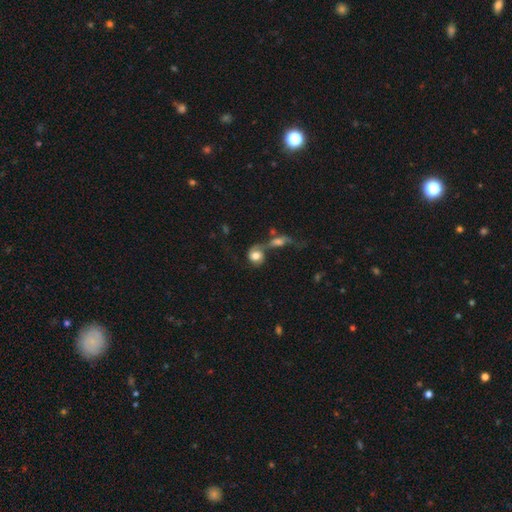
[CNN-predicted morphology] smooth 56%, featured or disk 35%, star or artifact 9%. Down the decision tree: how rounded — round (68%); merging — merger (50%).